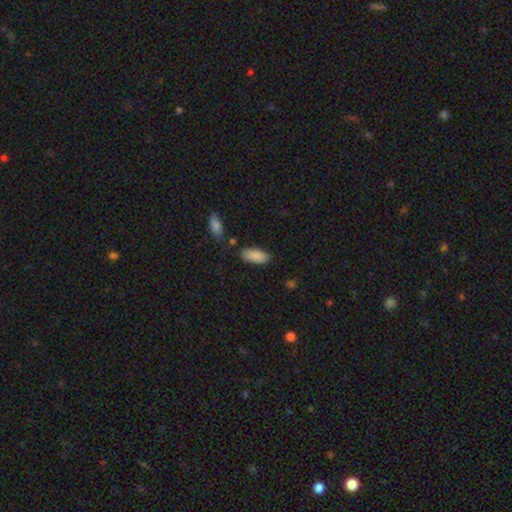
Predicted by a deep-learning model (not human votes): Overall: smooth (88%). How rounded: in between (88%). Merging: none (79%).